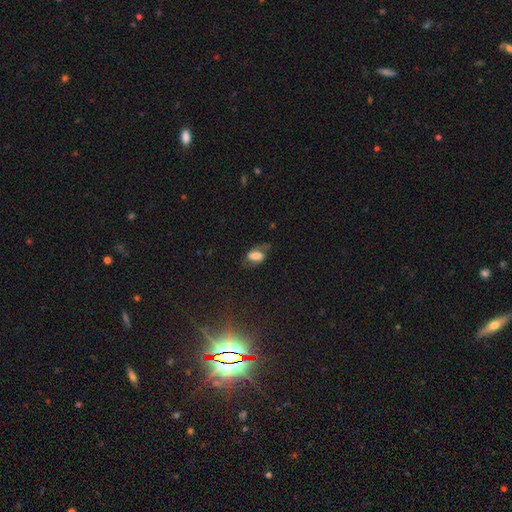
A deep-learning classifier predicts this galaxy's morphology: smooth-or-featured: smooth: 53% | featured or disk: 35% | star or artifact: 11%
  how-rounded: in between: 86% | round: 11% | cigar-shaped: 3%
  merging: none: 49% | minor disturbance: 29% | major disturbance: 19% | merger: 3%